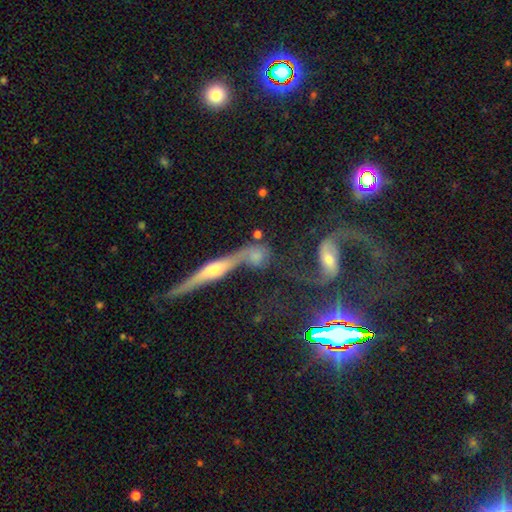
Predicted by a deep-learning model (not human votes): Morphology: type=smooth (55%); roundness=round (51%); merging=none (40%).